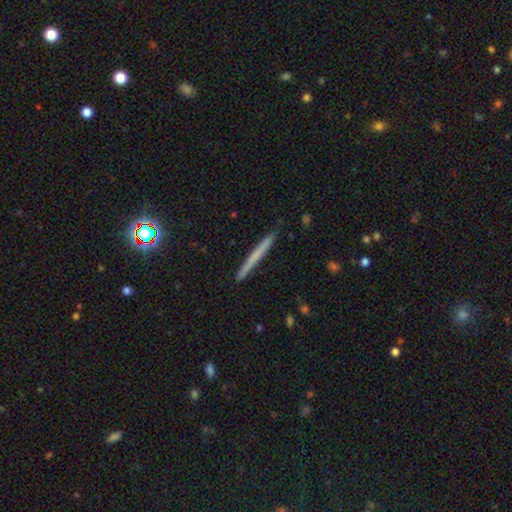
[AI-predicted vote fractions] The model was most divided on "smooth or featured": smooth: 55%, featured or disk: 37%, star or artifact: 8%. More confident: how rounded — cigar-shaped (97%); merging — none (91%).